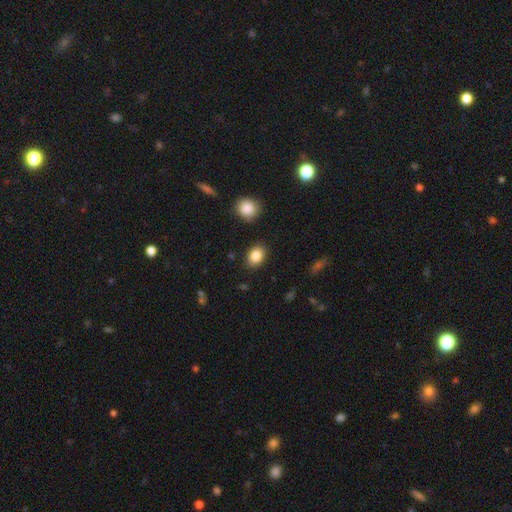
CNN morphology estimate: The model was most divided on "how rounded": in between: 70%, round: 29%, cigar-shaped: 1%. More confident: merging — none (87%); smooth or featured — smooth (85%).